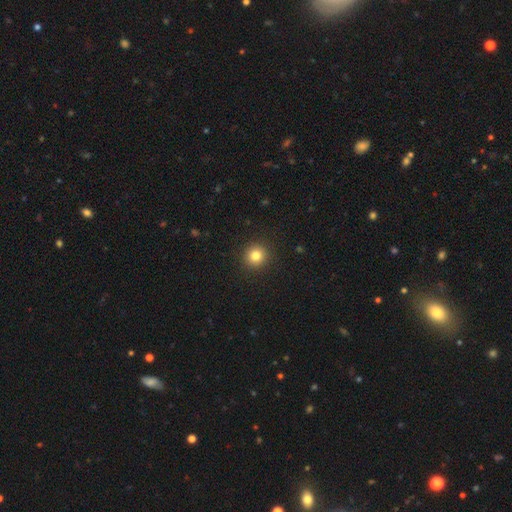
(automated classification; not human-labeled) smooth-or-featured: smooth: 82% | star or artifact: 12% | featured or disk: 6%
  how-rounded: round: 93% | in between: 6% | cigar-shaped: 1%
  merging: none: 92% | minor disturbance: 5% | major disturbance: 2% | merger: 1%